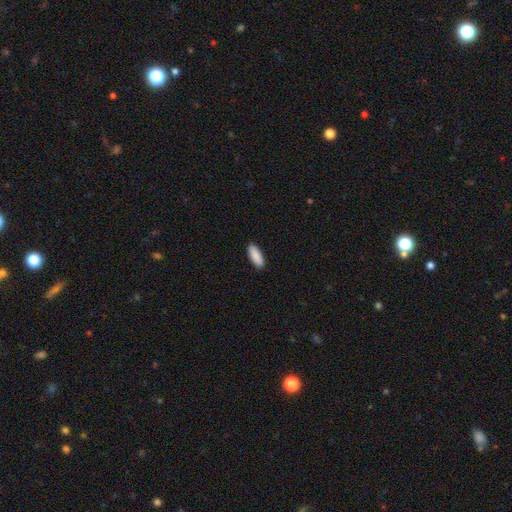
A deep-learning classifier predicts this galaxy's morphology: The model was most divided on "how rounded": in between: 74%, cigar-shaped: 24%, round: 2%. More confident: smooth or featured — smooth (91%); merging — none (90%).